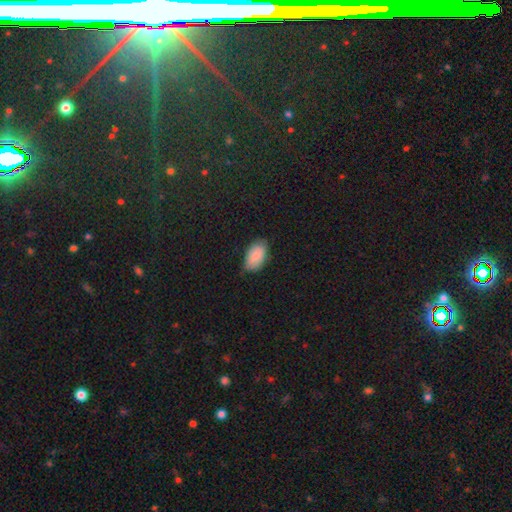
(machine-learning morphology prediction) Smooth or featured?
  - smooth: 89% *
  - star or artifact: 6%
  - featured or disk: 5%
How rounded?
  - in between: 95% *
  - round: 4%
  - cigar-shaped: 2%
Merging?
  - none: 73% *
  - minor disturbance: 22%
  - major disturbance: 3%
  - merger: 1%